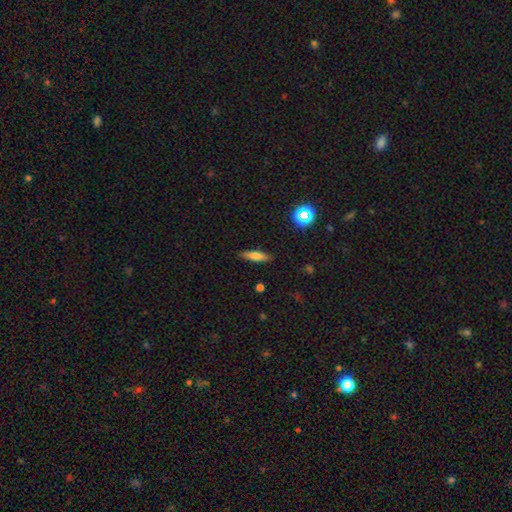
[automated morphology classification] Smooth or featured? Predicted: smooth (p=0.71). How rounded? Predicted: cigar-shaped (p=0.64). Merging? Predicted: none (p=0.88).